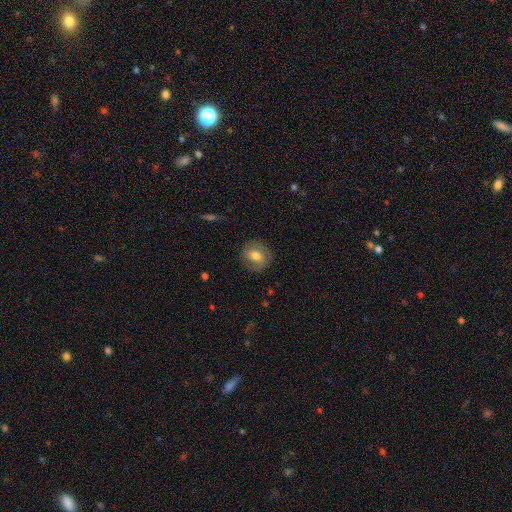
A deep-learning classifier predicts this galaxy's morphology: Smooth or featured?
  - smooth: 65% *
  - featured or disk: 26%
  - star or artifact: 8%
How rounded?
  - round: 78% *
  - in between: 21%
  - cigar-shaped: 1%
Merging?
  - none: 83% *
  - minor disturbance: 12%
  - major disturbance: 4%
  - merger: 1%